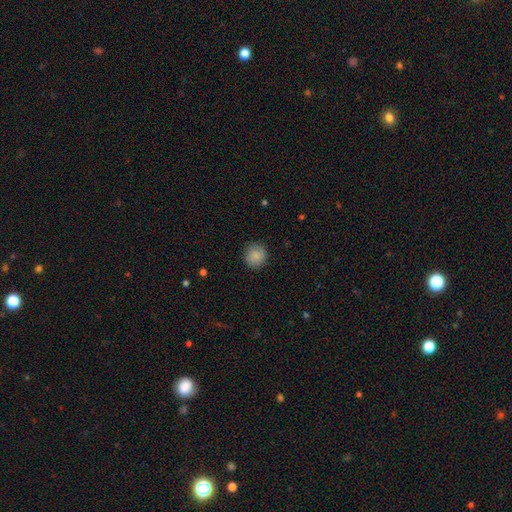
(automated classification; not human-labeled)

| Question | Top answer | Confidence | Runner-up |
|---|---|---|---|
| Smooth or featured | smooth | 88% | star or artifact (8%) |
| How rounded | round | 93% | in between (6%) |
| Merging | none | 89% | minor disturbance (8%) |